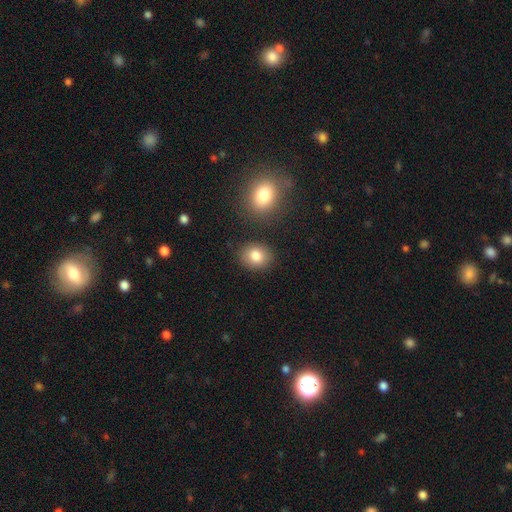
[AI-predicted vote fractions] Morphology: type=smooth (83%); roundness=round (54%); merging=none (83%).